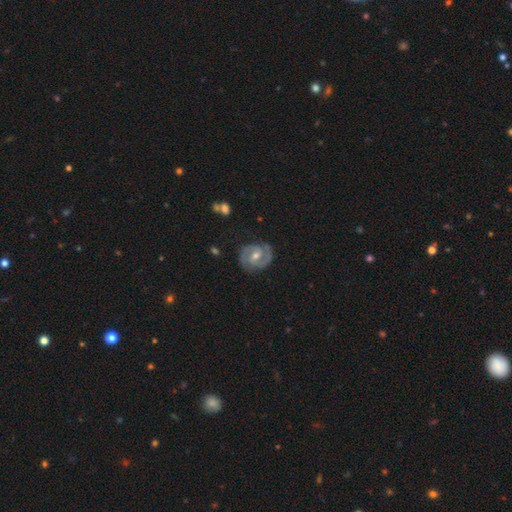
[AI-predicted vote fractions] This is clearly a featured or disk galaxy (82%). It is clearly not viewed edge-on (97%). Bar: possibly weak (49%). Spiral arm pattern: clearly yes (93%). Spiral arm count: clearly 2 (83%). Spiral winding: possibly tight (48%). Central bulge: likely moderate (66%). Merging: likely none (79%).